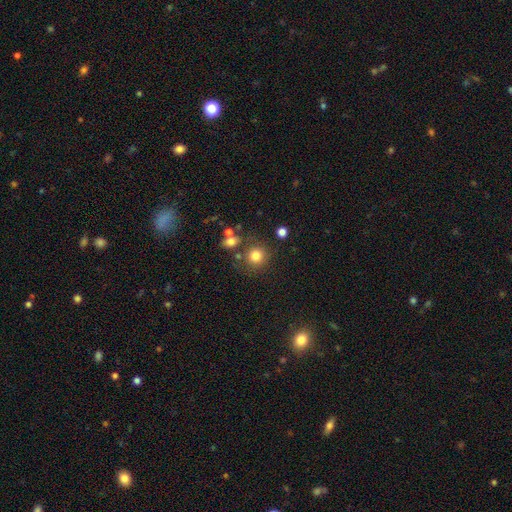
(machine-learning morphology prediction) A smooth galaxy with no disk features (80%) that is round (89%). Merging: none (75%).